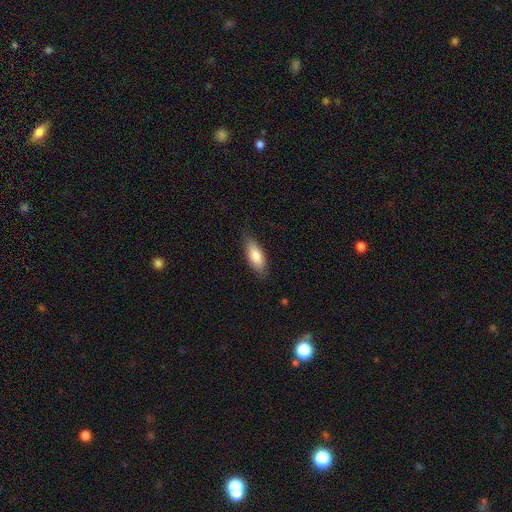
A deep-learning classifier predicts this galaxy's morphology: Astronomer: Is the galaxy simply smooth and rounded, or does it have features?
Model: smooth — 83%.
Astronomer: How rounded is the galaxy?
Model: in between — 76%.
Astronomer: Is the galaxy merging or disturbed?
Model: none — 79%.